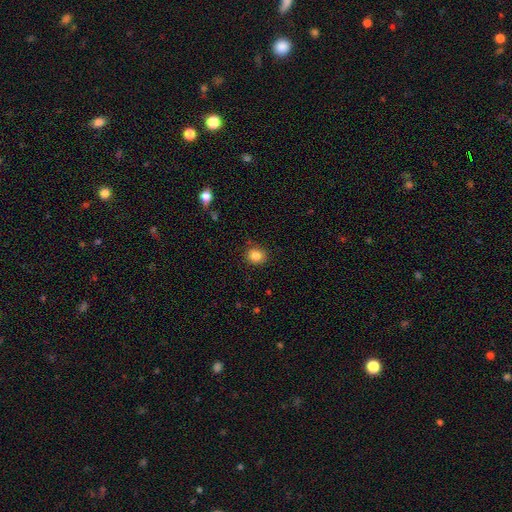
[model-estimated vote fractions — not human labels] Smooth or featured?
  - smooth: 84% *
  - star or artifact: 11%
  - featured or disk: 5%
How rounded?
  - round: 76% *
  - in between: 23%
  - cigar-shaped: 1%
Merging?
  - none: 86% *
  - minor disturbance: 11%
  - major disturbance: 2%
  - merger: 1%